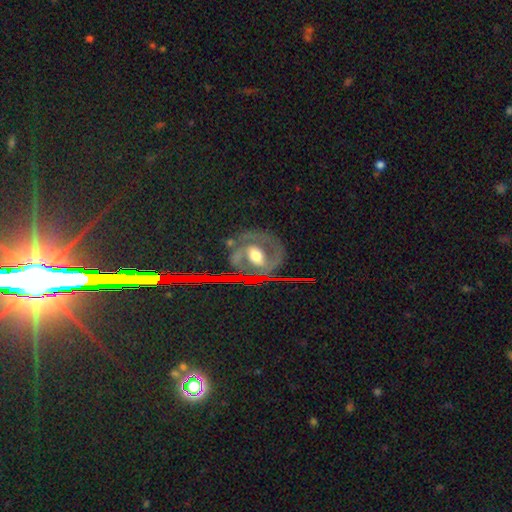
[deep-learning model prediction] Overall: featured or disk (74%). Edge-on disk: no (95%). Bar: weak (36%; no 35%). Spiral arms: yes (76%). Spiral arm count: 2 (76%). Spiral winding: medium (48%; tight 36%). Bulge size: moderate (67%). Merging: none (68%).